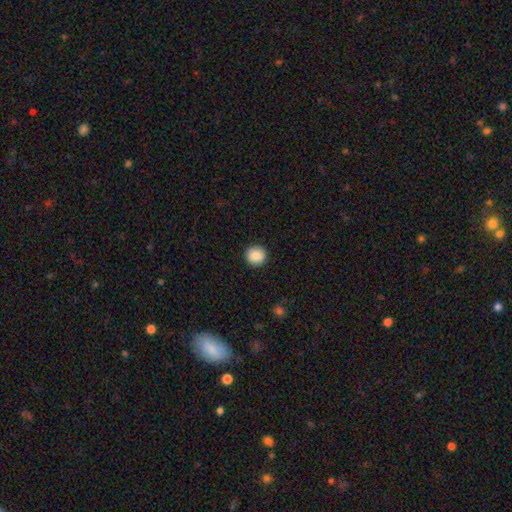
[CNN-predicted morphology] A smooth galaxy with no disk features (89%) that is round (92%). Merging: none (92%).